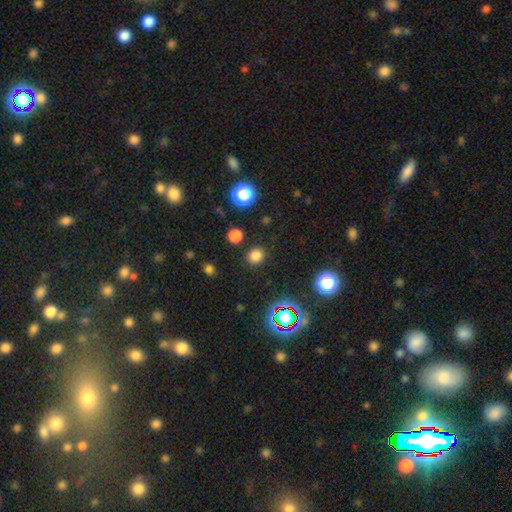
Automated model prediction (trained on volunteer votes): A smooth galaxy with no disk features (78%) that is round (81%). Merging: none (88%).